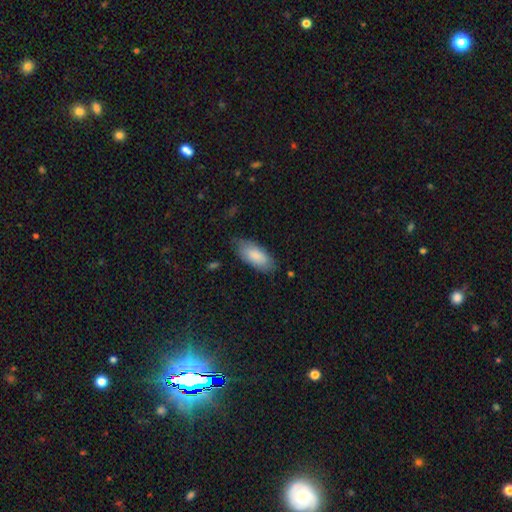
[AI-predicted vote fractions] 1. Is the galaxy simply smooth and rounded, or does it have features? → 82% smooth, 13% featured or disk, 6% star or artifact.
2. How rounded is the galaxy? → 89% in between, 10% cigar-shaped, 2% round.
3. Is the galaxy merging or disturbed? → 72% none, 22% minor disturbance, 5% major disturbance, 2% merger.